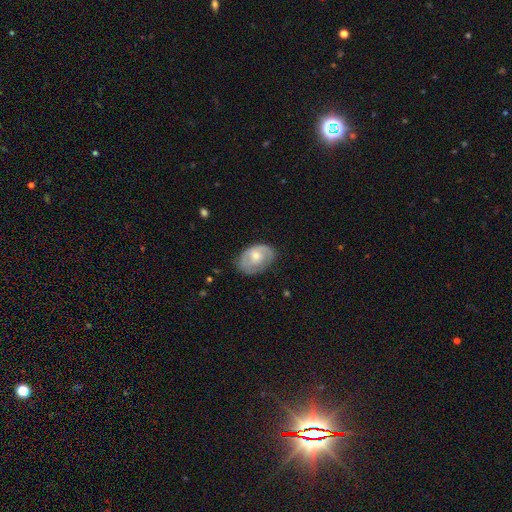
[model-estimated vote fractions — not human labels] A featured or disk galaxy (56%) with no bar (72%), spiral arms (68%) and a moderate central bulge (55%). Merging: none (66%).